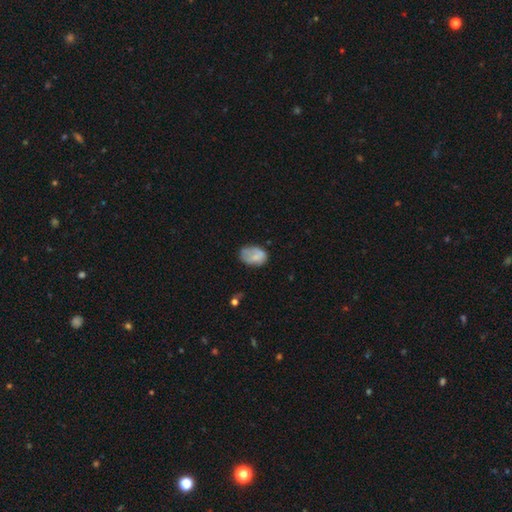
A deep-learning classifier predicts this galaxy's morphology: A smooth galaxy with no disk features (71%) that is in between round and cigar-shaped (83%).

Vote fractions:
- Smooth or featured? smooth: 71% / featured or disk: 20% / star or artifact: 8%
- How rounded? in between: 83% / round: 16% / cigar-shaped: 1%
- Merging? none: 51% / minor disturbance: 32% / major disturbance: 14% / merger: 3%